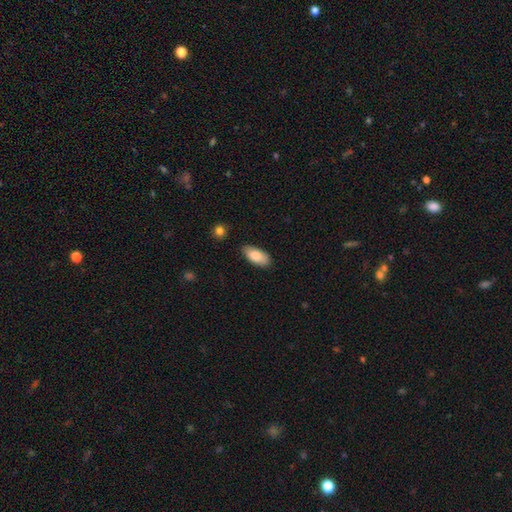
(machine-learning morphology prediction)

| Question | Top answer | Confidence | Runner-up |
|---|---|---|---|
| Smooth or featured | smooth | 85% | featured or disk (9%) |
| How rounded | in between | 89% | cigar-shaped (9%) |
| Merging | none | 82% | minor disturbance (14%) |